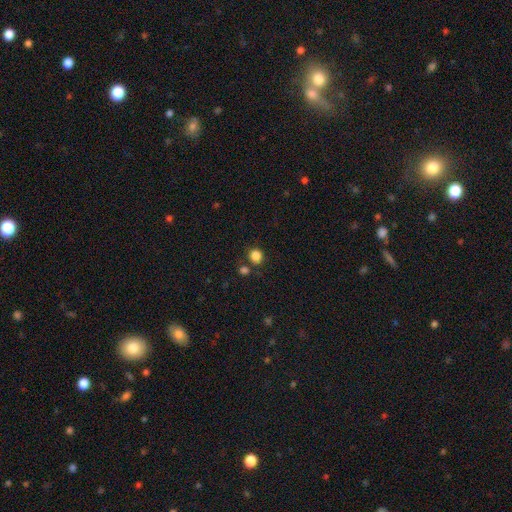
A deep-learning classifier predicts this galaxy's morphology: Smooth or featured? smooth (84%)
How rounded? round (81%)
Merging? none (78%)